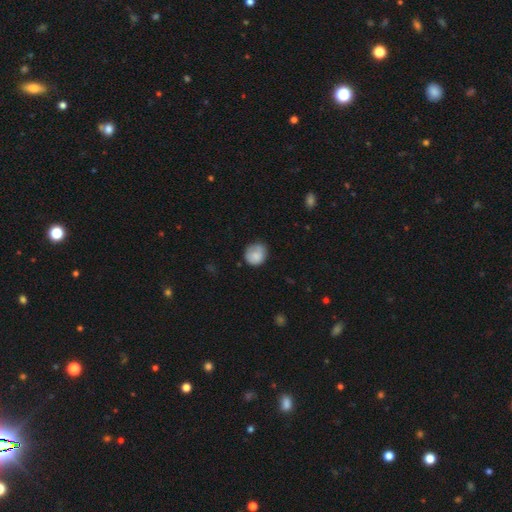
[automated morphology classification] smooth-or-featured: smooth: 80% | featured or disk: 12% | star or artifact: 8%
  how-rounded: round: 78% | in between: 21% | cigar-shaped: 1%
  merging: none: 67% | minor disturbance: 26% | major disturbance: 6% | merger: 2%